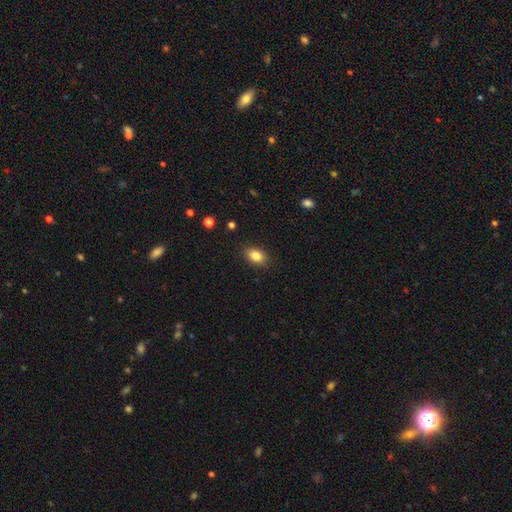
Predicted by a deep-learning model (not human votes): smooth-or-featured: smooth: 85% | star or artifact: 9% | featured or disk: 6%
  how-rounded: in between: 82% | round: 17% | cigar-shaped: 2%
  merging: none: 87% | minor disturbance: 9% | major disturbance: 2% | merger: 1%